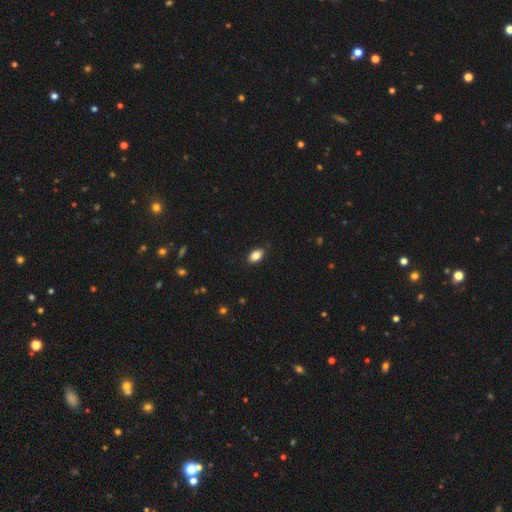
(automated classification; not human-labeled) Q: Smooth or featured?
A: smooth (85%); runner-up: star or artifact (8%)
Q: How rounded?
A: in between (89%); runner-up: round (9%)
Q: Merging?
A: none (87%); runner-up: minor disturbance (10%)